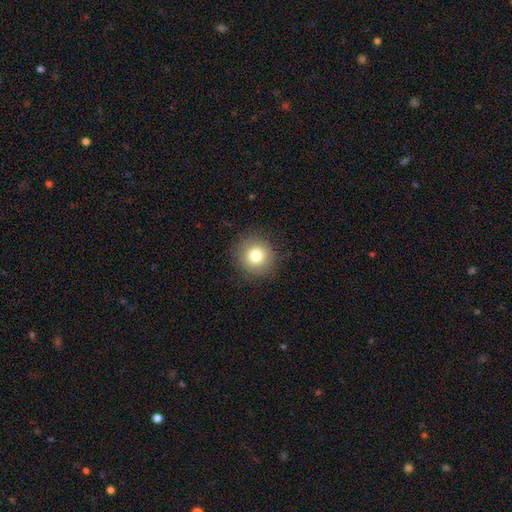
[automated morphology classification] type=smooth (79%); roundness=round (94%); merging=none (88%).